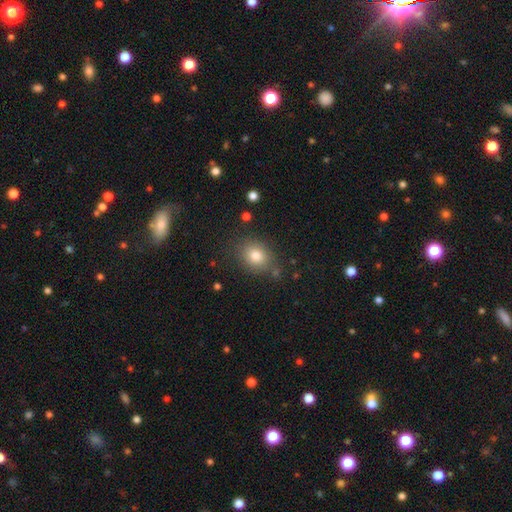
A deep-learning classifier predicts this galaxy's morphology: Smooth or featured: smooth — 79% (star or artifact — 11%)
How rounded: round — 53% (in between — 46%)
Merging: none — 78% (minor disturbance — 14%)